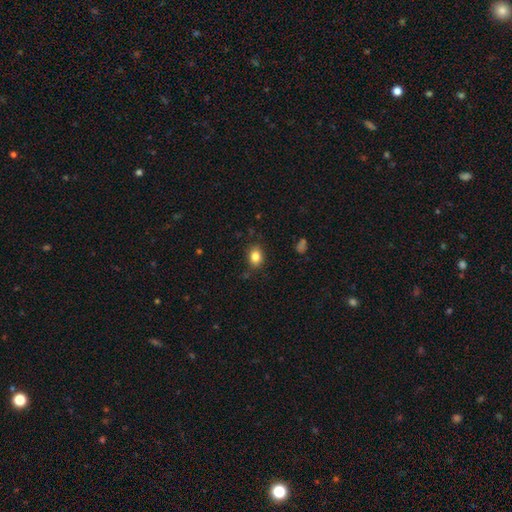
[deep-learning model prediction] Smooth or featured?
  - smooth: 83% *
  - star or artifact: 10%
  - featured or disk: 6%
How rounded?
  - in between: 60% *
  - round: 39%
  - cigar-shaped: 1%
Merging?
  - none: 83% *
  - minor disturbance: 12%
  - major disturbance: 3%
  - merger: 2%